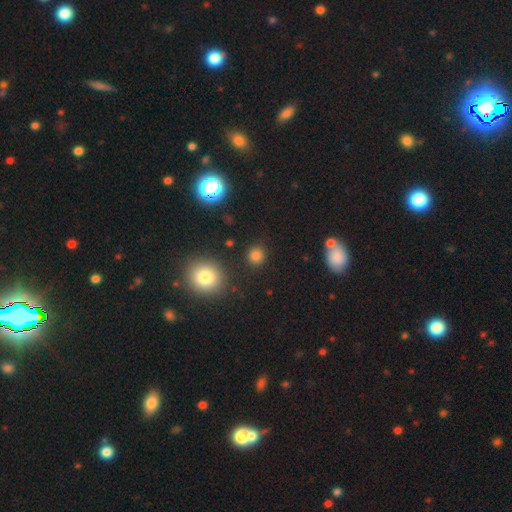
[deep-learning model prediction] Smooth or featured? Predicted: smooth (p=0.79). How rounded? Predicted: round (p=0.89). Merging? Predicted: none (p=0.88).